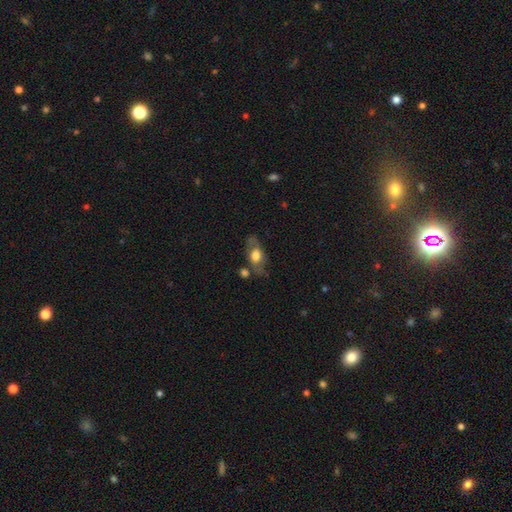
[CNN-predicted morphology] Smooth or featured? smooth (57%)
How rounded? in between (79%)
Merging? none (61%)